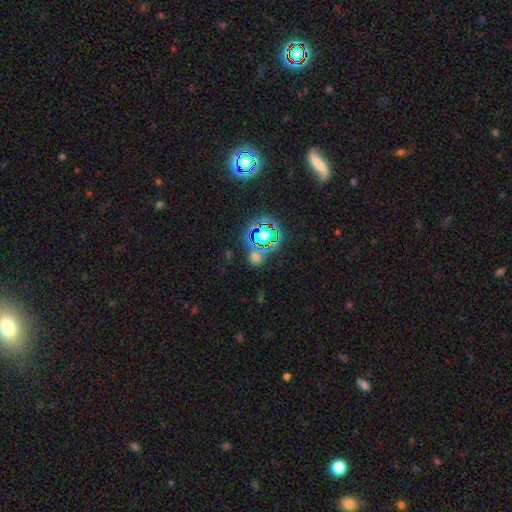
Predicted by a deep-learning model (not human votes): Smooth or featured? Predicted: star or artifact (p=0.61).